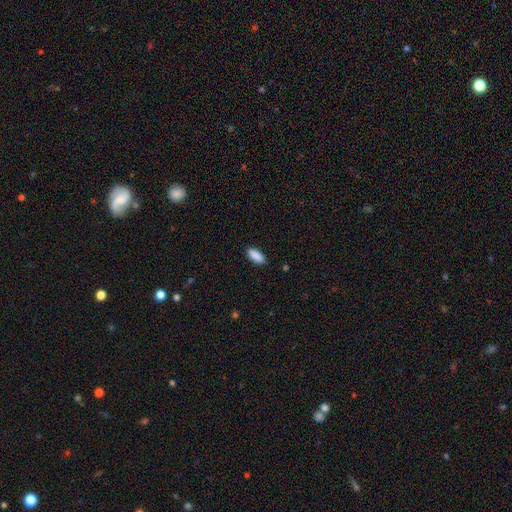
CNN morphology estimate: smooth_or_featured: smooth (p=0.90) [alt: star or artifact p=0.06]
how_rounded: in between (p=0.82) [alt: cigar-shaped p=0.16]
merging: none (p=0.88) [alt: minor disturbance p=0.09]